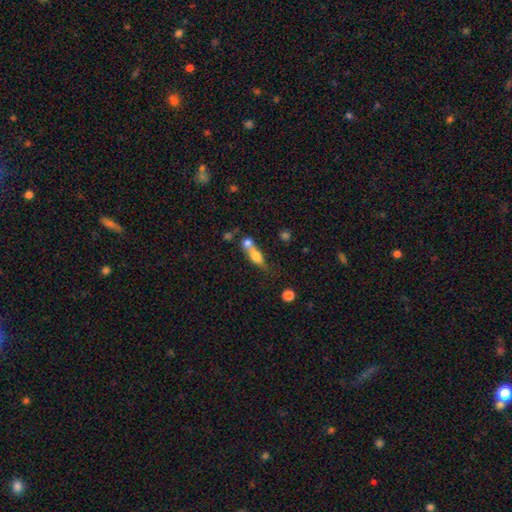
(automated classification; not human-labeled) Smooth or featured?
  - smooth: 66% *
  - featured or disk: 25%
  - star or artifact: 10%
How rounded?
  - in between: 56% *
  - cigar-shaped: 25%
  - round: 19%
Merging?
  - merger: 58% *
  - none: 26%
  - minor disturbance: 9%
  - major disturbance: 6%